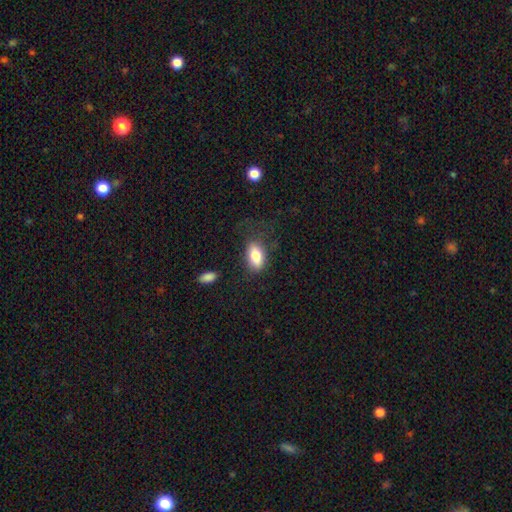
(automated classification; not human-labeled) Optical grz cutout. It shows a smooth galaxy with no disk features (77%) that is in between round and cigar-shaped (89%). Merging: none (66%).